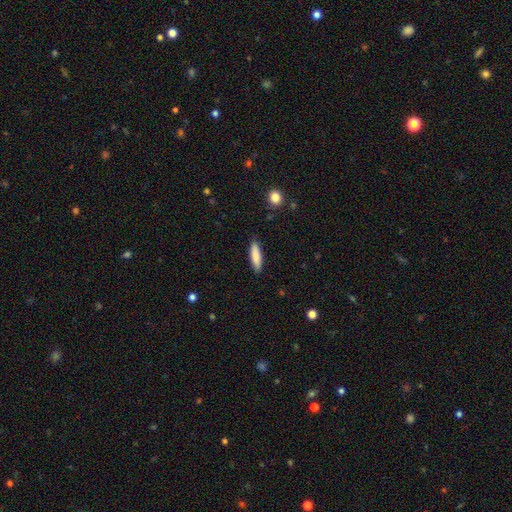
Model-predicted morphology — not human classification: A smooth galaxy with no disk features (84%) that is cigar-shaped (72%). Merging: none (88%).